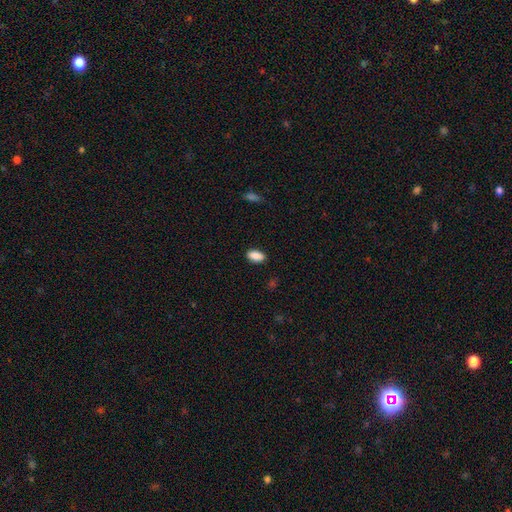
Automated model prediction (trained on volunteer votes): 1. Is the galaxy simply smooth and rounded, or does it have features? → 89% smooth, 7% star or artifact, 3% featured or disk.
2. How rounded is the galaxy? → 92% in between, 5% cigar-shaped, 4% round.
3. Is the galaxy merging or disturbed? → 88% none, 9% minor disturbance, 2% major disturbance, 1% merger.